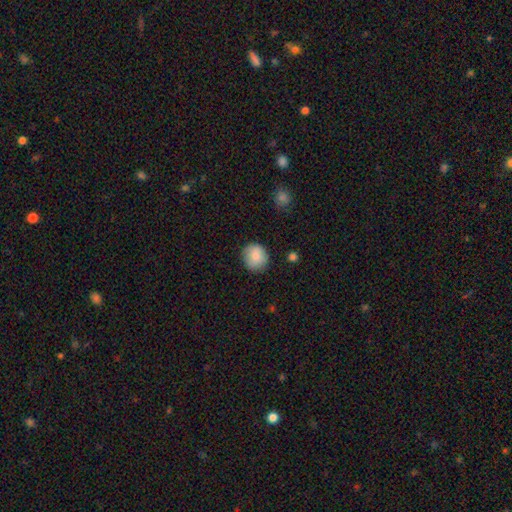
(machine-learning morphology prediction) Smooth or featured?
  - smooth: 85% *
  - featured or disk: 7%
  - star or artifact: 7%
How rounded?
  - round: 86% *
  - in between: 13%
  - cigar-shaped: 1%
Merging?
  - none: 85% *
  - minor disturbance: 11%
  - major disturbance: 2%
  - merger: 1%